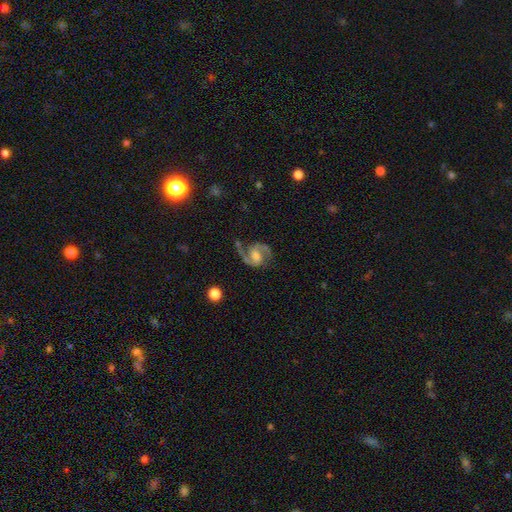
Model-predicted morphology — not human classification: This appears to be a featured or disk galaxy (89%) with a weak bar (49%), 2 (92%) medium (59%) spiral arms (98%) and a moderate central bulge (45%). Merging: none (70%).